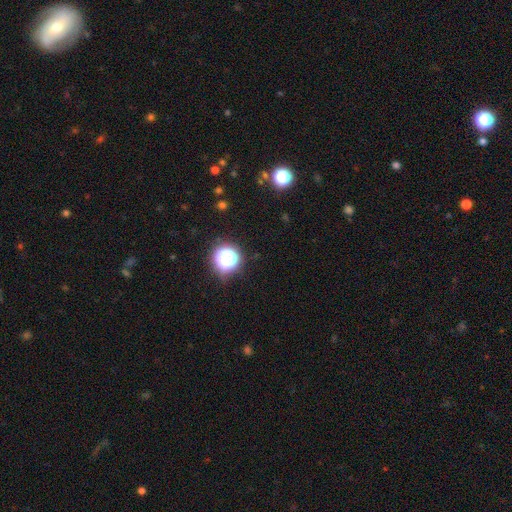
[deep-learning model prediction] Overall: star or artifact (66%).